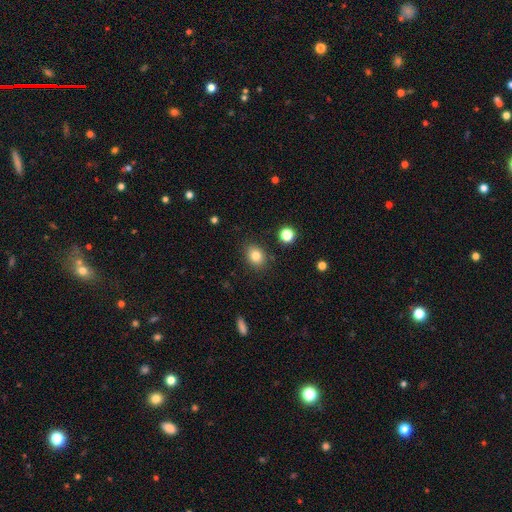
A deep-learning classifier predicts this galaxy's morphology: Smooth or featured: smooth — 82% (star or artifact — 11%)
How rounded: in between — 50% (round — 49%)
Merging: none — 85% (minor disturbance — 10%)